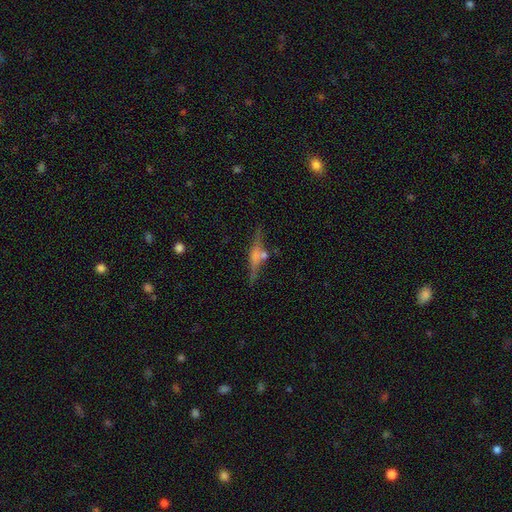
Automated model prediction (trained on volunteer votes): Q: Smooth or featured?
A: featured or disk (64%); runner-up: smooth (25%)
Q: Edge-on disk?
A: yes (93%); runner-up: no (7%)
Q: Edge-on bulge?
A: rounded (68%); runner-up: boxy (17%)
Q: Merging?
A: none (73%); runner-up: minor disturbance (14%)